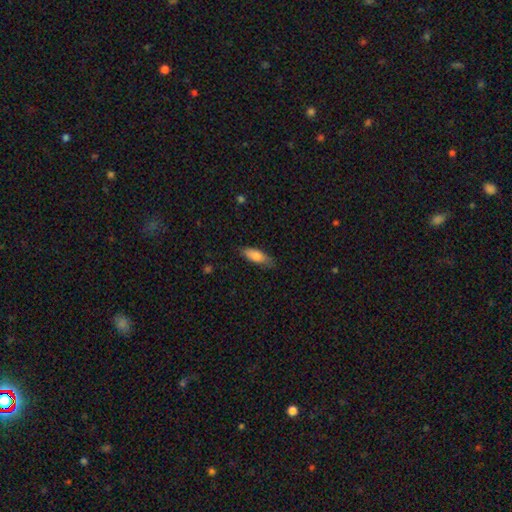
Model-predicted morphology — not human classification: Smooth or featured? Predicted: smooth (p=0.79). How rounded? Predicted: in between (p=0.67). Merging? Predicted: none (p=0.76).